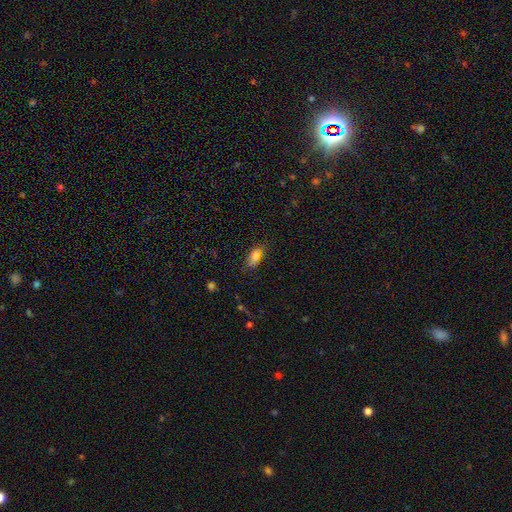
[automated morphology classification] Overall: smooth (70%). How rounded: in between (83%). Merging: none (73%).